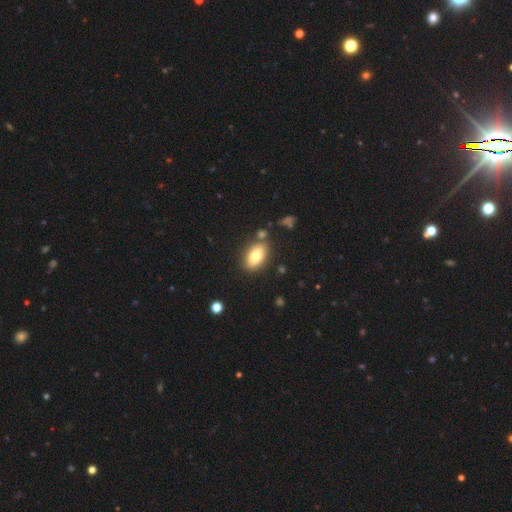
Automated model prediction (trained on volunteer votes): Smooth or featured? smooth (78%)
How rounded? in between (90%)
Merging? none (78%)